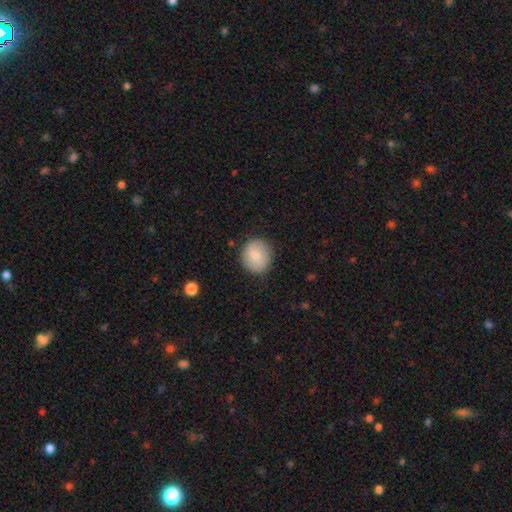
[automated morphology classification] Smooth or featured?
  - smooth: 76% *
  - featured or disk: 17%
  - star or artifact: 7%
How rounded?
  - round: 86% *
  - in between: 13%
  - cigar-shaped: 1%
Merging?
  - none: 85% *
  - minor disturbance: 11%
  - major disturbance: 3%
  - merger: 1%